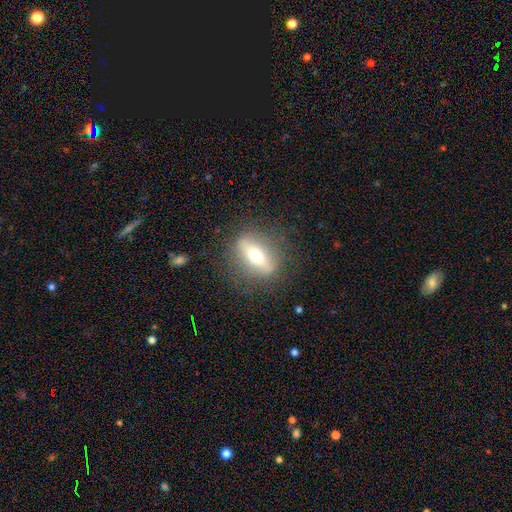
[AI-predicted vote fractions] smooth_or_featured: smooth (p=0.46) [tied with: featured or disk p=0.46]
merging: none (p=0.80) [alt: minor disturbance p=0.13]